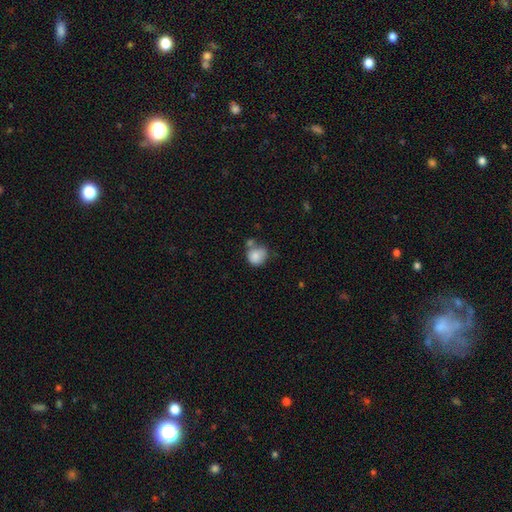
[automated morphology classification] smooth 81%, featured or disk 10%, star or artifact 9%. Down the decision tree: how rounded — round (78%); merging — none (44%).